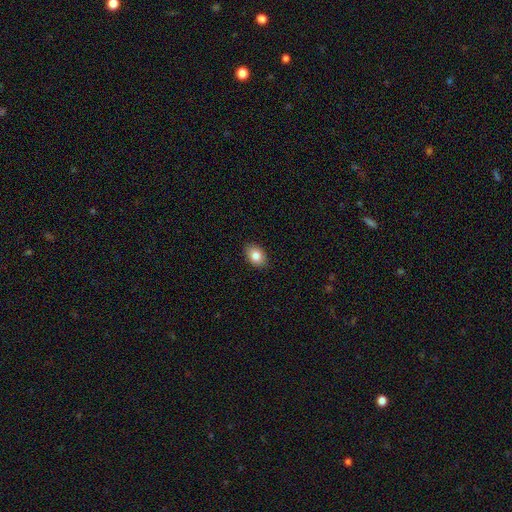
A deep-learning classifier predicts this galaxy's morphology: smooth 85%, star or artifact 8%, featured or disk 7%. Down the decision tree: how rounded — in between (82%); merging — none (89%).